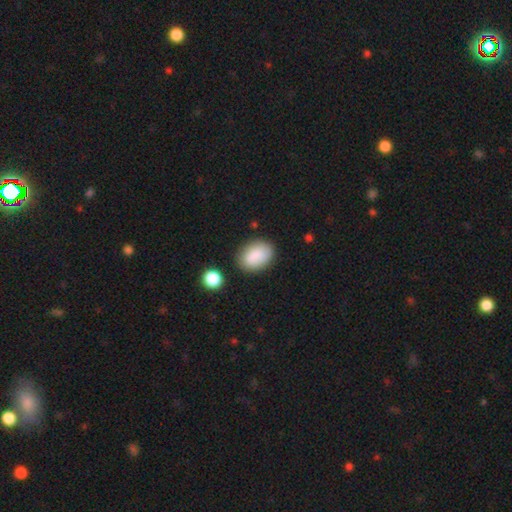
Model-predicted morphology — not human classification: Smooth or featured? Predicted: smooth (p=0.86). How rounded? Predicted: in between (p=0.79). Merging? Predicted: none (p=0.78).